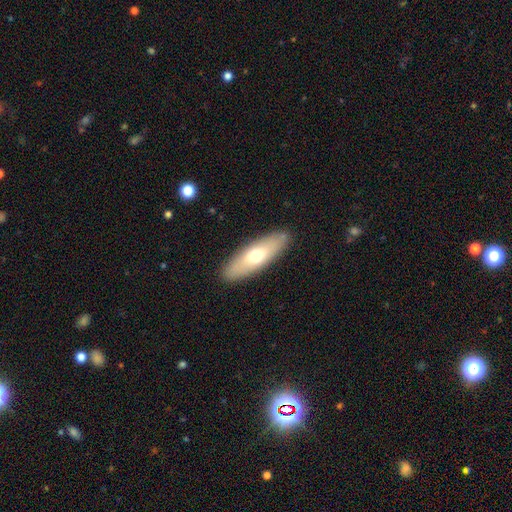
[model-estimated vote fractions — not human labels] Morphology: type=smooth (61%); roundness=in between (55%); merging=none (88%).